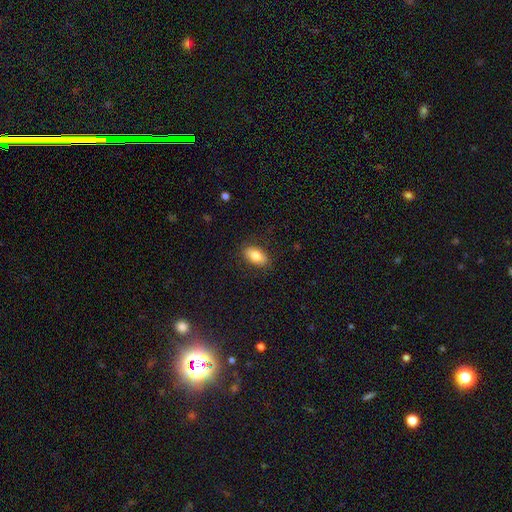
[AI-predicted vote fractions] Smooth or featured? Predicted: smooth (p=0.80). How rounded? Predicted: in between (p=0.90). Merging? Predicted: none (p=0.85).